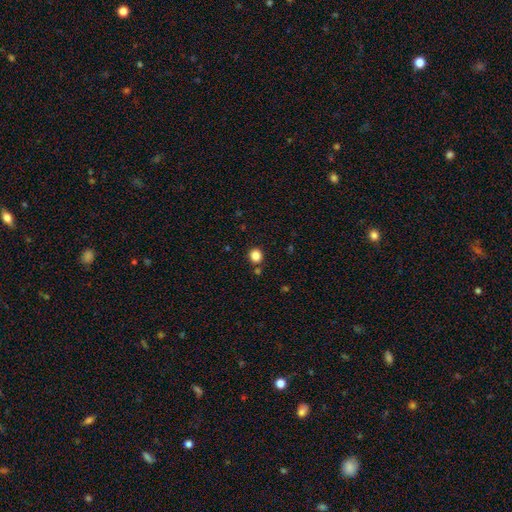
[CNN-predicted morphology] smooth-or-featured: smooth: 85% | star or artifact: 12% | featured or disk: 3%
  how-rounded: round: 83% | in between: 16% | cigar-shaped: 1%
  merging: none: 84% | minor disturbance: 7% | merger: 6% | major disturbance: 2%